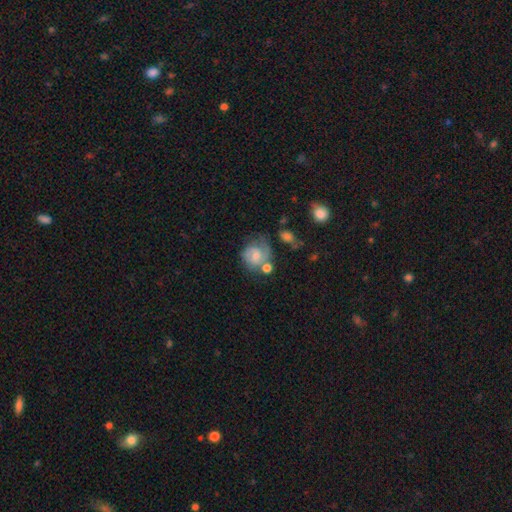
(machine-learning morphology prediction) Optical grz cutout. It shows a featured or disk galaxy (47%). Merging: none (43%).